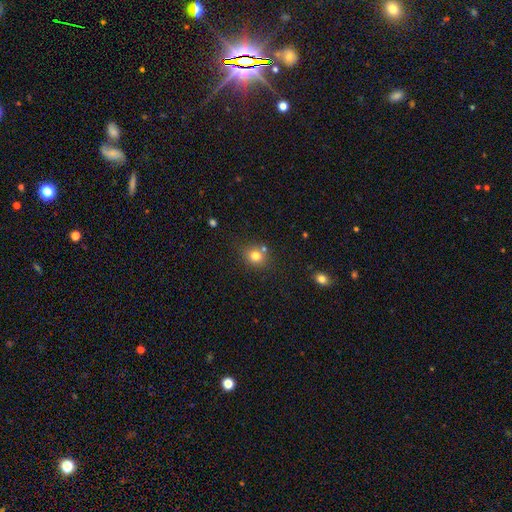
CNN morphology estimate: Smooth or featured? Predicted: smooth (p=0.78). How rounded? Predicted: round (p=0.78). Merging? Predicted: none (p=0.70).